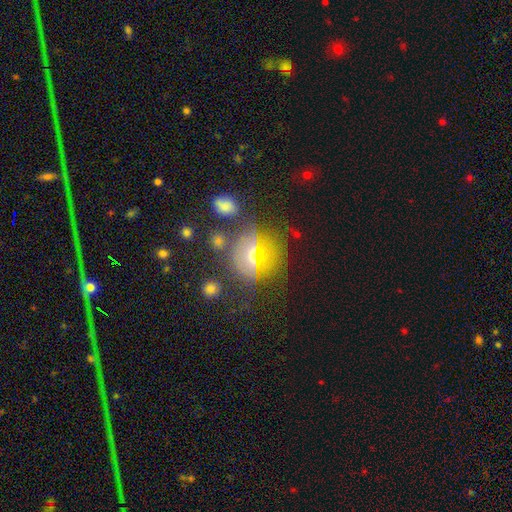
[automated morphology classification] This appears to be a featured or disk galaxy (45%). Merging: none (66%).